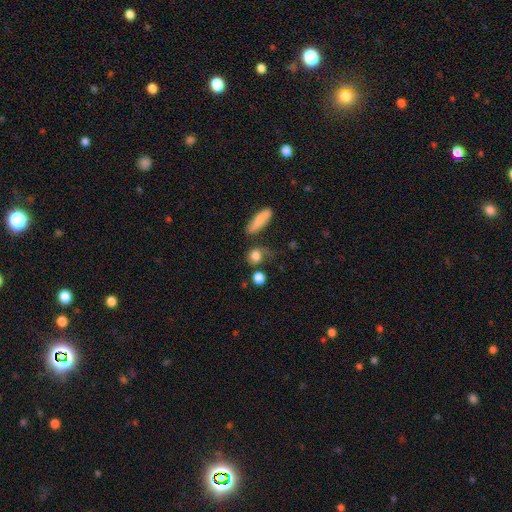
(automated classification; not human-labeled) Overall: smooth (81%). How rounded: round (77%). Merging: none (60%).